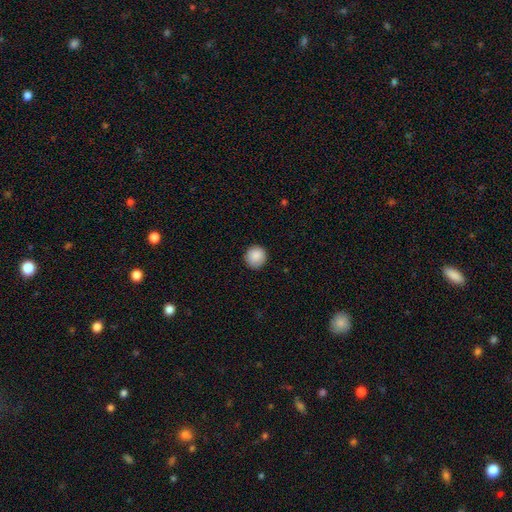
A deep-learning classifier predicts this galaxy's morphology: smooth 89%, star or artifact 8%, featured or disk 3%. Down the decision tree: how rounded — round (92%); merging — none (89%).